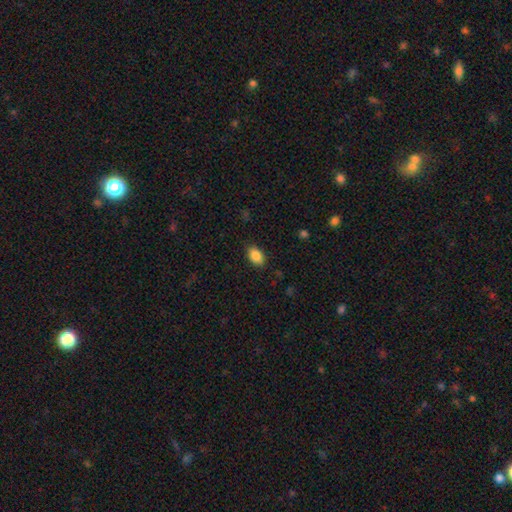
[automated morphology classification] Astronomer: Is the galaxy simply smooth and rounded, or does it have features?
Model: smooth — 87%.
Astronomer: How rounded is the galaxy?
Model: in between — 88%.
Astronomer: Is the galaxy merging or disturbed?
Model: none — 86%.